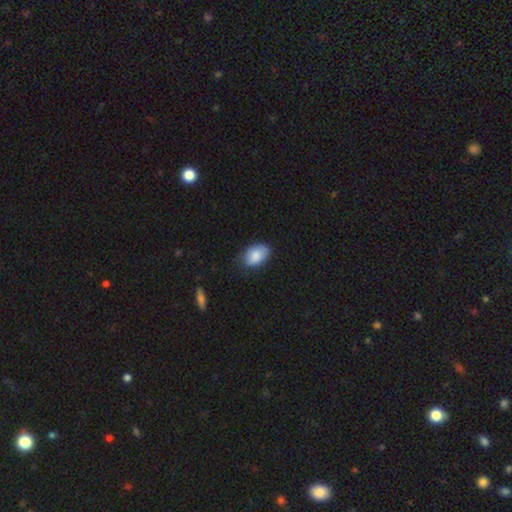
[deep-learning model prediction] This is clearly a smooth galaxy (86%). How rounded: clearly in between (88%). Merging: likely none (75%).